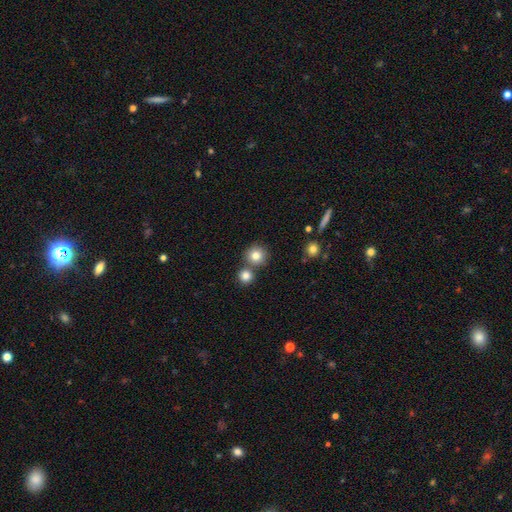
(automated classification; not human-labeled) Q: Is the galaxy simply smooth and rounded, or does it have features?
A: smooth — 81%.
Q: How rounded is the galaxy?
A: round — 91%.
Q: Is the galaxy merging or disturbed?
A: none — 70%.